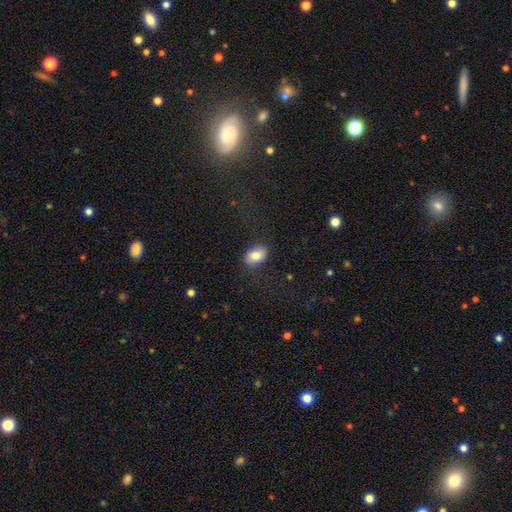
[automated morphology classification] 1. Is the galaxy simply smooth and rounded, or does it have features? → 83% smooth, 9% featured or disk, 8% star or artifact.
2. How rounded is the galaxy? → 83% in between, 16% round, 1% cigar-shaped.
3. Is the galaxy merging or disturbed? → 82% none, 12% minor disturbance, 5% major disturbance, 1% merger.